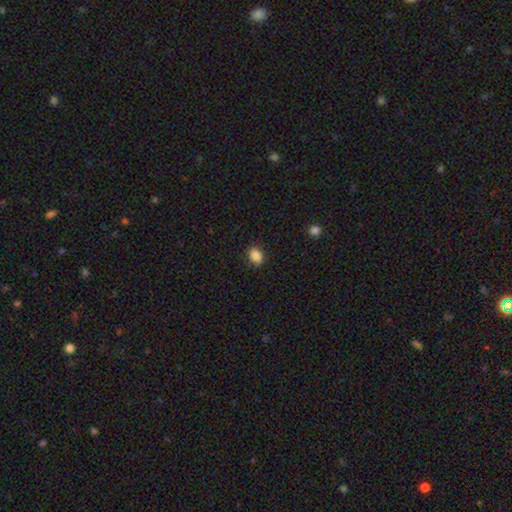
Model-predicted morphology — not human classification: Smooth or featured?
  - smooth: 87% *
  - star or artifact: 9%
  - featured or disk: 4%
How rounded?
  - in between: 77% *
  - round: 21%
  - cigar-shaped: 1%
Merging?
  - none: 87% *
  - minor disturbance: 10%
  - major disturbance: 2%
  - merger: 1%